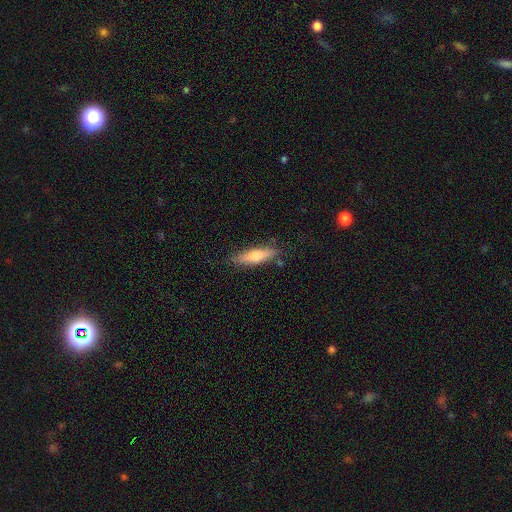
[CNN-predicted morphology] This is likely a smooth galaxy (64%). How rounded: likely cigar-shaped (70%). Merging: clearly none (82%).